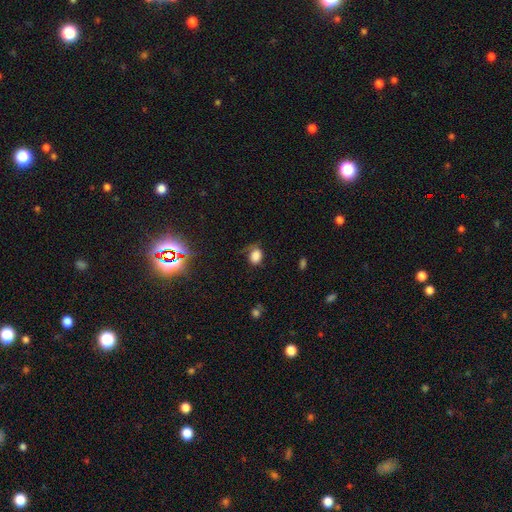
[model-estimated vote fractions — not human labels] Q: Smooth or featured?
A: smooth (80%); runner-up: star or artifact (13%)
Q: How rounded?
A: in between (63%); runner-up: round (36%)
Q: Merging?
A: none (56%); runner-up: minor disturbance (29%)